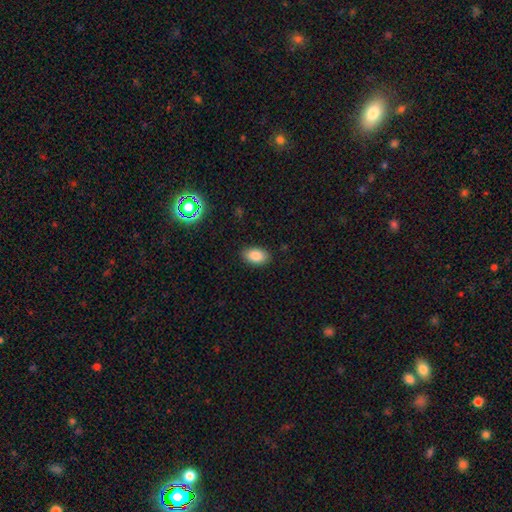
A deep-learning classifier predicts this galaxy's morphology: Smooth or featured: smooth — 86% (star or artifact — 8%)
How rounded: in between — 90% (round — 8%)
Merging: none — 88% (minor disturbance — 9%)